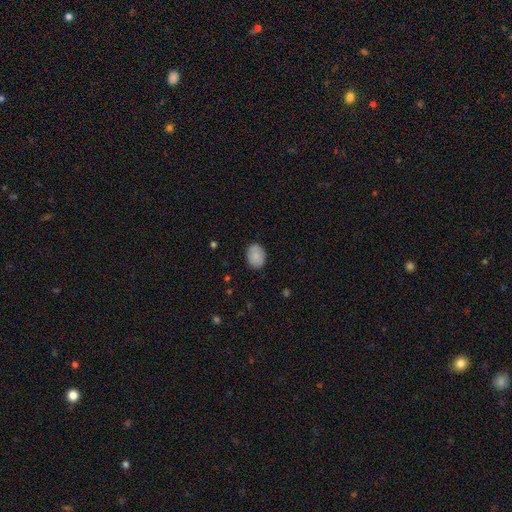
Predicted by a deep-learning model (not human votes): Smooth or featured?
  - smooth: 86% *
  - star or artifact: 7%
  - featured or disk: 7%
How rounded?
  - in between: 70% *
  - round: 29%
  - cigar-shaped: 1%
Merging?
  - none: 85% *
  - minor disturbance: 11%
  - major disturbance: 2%
  - merger: 1%